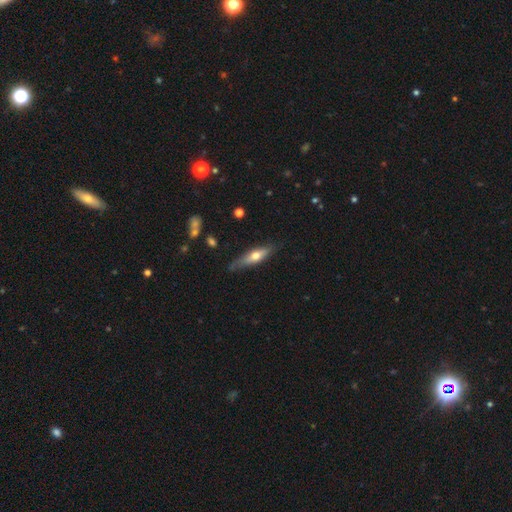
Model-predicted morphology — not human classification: Smooth or featured?
  - featured or disk: 47% * (tied)
  - smooth: 47% * (tied)
  - star or artifact: 6%
Merging?
  - none: 72% *
  - minor disturbance: 22%
  - major disturbance: 4%
  - merger: 2%